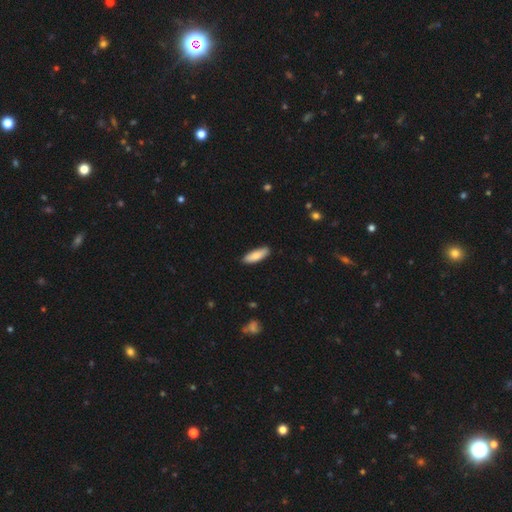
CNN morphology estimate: This is clearly a smooth galaxy (83%). How rounded: possibly in between (51%). Merging: clearly none (87%).